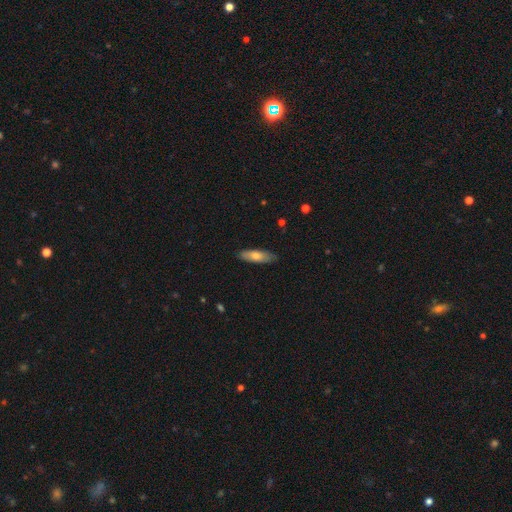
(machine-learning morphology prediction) This is likely a smooth galaxy (69%). How rounded: possibly in between (50%). Merging: clearly none (85%).